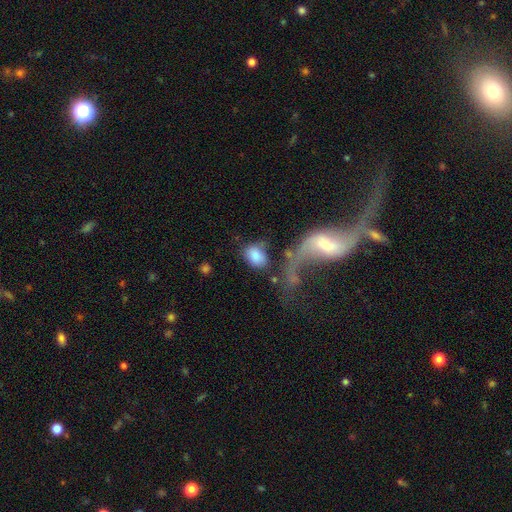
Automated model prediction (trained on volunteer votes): Q: Smooth or featured?
A: smooth (78%); runner-up: featured or disk (15%)
Q: How rounded?
A: in between (79%); runner-up: round (19%)
Q: Merging?
A: none (36%); runner-up: merger (26%)